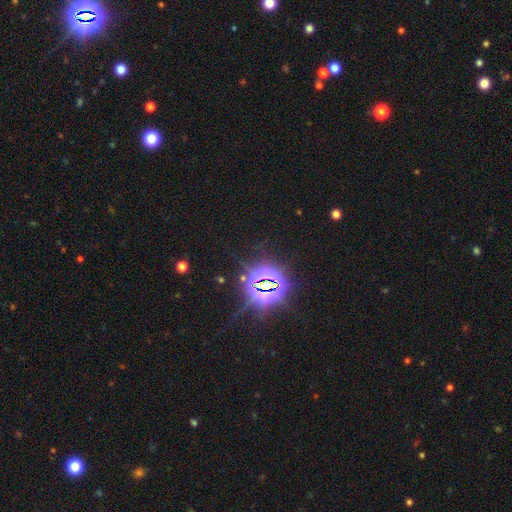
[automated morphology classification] Q: Smooth or featured?
A: star or artifact (85%); runner-up: smooth (9%)